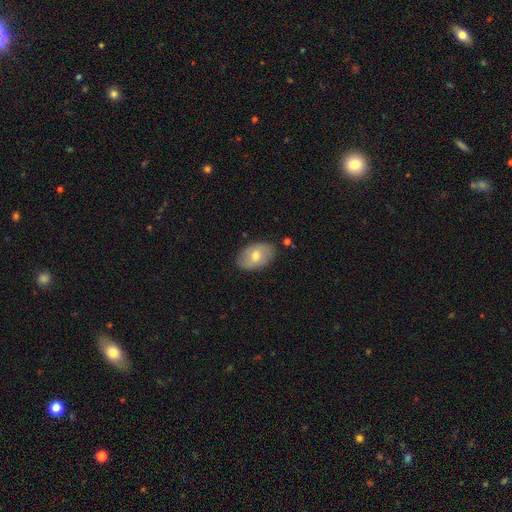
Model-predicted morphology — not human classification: Q: Smooth or featured?
A: smooth (62%); runner-up: featured or disk (31%)
Q: How rounded?
A: in between (89%); runner-up: round (10%)
Q: Merging?
A: none (84%); runner-up: minor disturbance (12%)